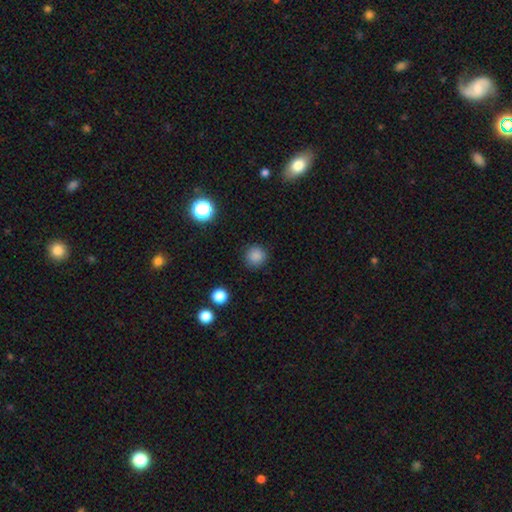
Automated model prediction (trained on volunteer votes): This appears to be a smooth galaxy with no disk features (84%) that is round (95%). Merging: none (90%).